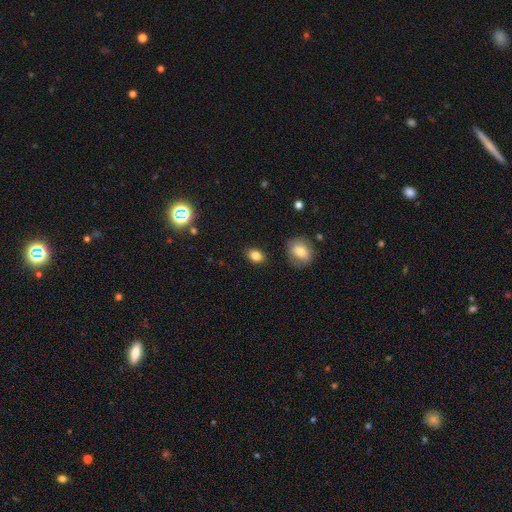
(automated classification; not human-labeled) Smooth or featured?
  - smooth: 84% *
  - star or artifact: 10%
  - featured or disk: 6%
How rounded?
  - in between: 75% *
  - round: 23%
  - cigar-shaped: 2%
Merging?
  - none: 87% *
  - minor disturbance: 9%
  - major disturbance: 2%
  - merger: 2%